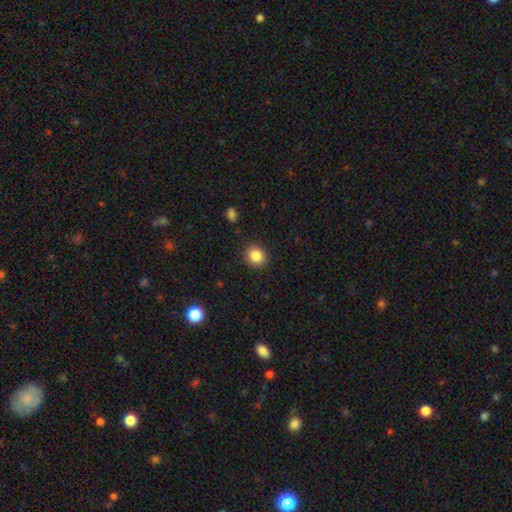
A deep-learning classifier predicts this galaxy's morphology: Overall: smooth (85%). How rounded: round (73%). Merging: none (89%).